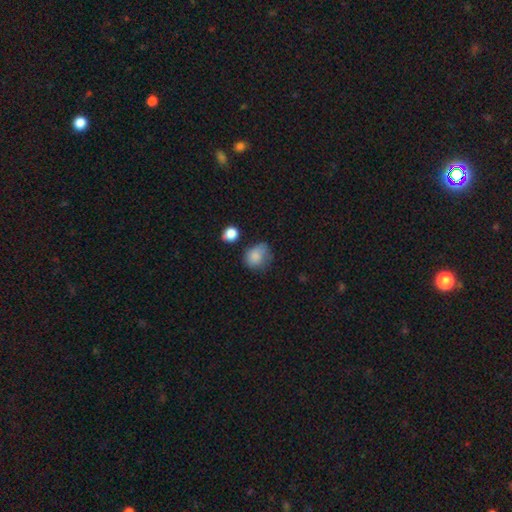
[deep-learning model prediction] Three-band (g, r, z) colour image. It shows a smooth galaxy with no disk features (80%) that is round (67%). Merging: none (44%).